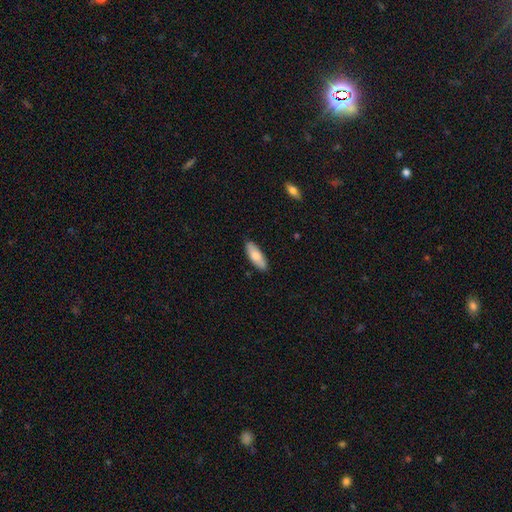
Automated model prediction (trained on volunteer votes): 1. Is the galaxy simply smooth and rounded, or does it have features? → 79% smooth, 16% featured or disk, 5% star or artifact.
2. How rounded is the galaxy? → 66% in between, 32% cigar-shaped, 2% round.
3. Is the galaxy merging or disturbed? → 88% none, 10% minor disturbance, 2% major disturbance, 1% merger.